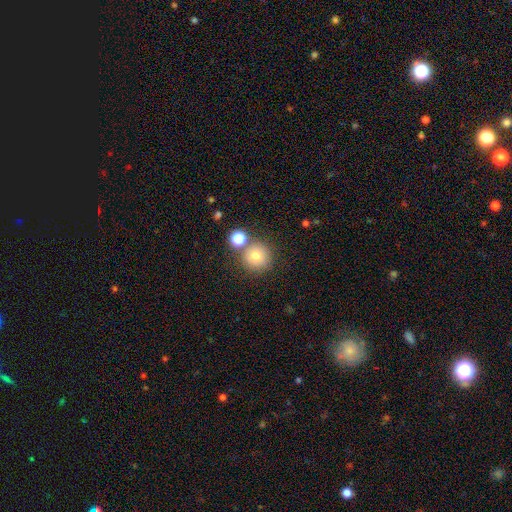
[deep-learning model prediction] smooth 76%, star or artifact 14%, featured or disk 11%. Down the decision tree: how rounded — round (95%); merging — none (74%).